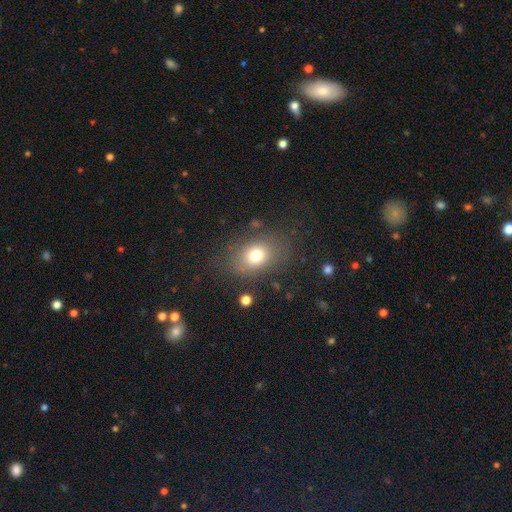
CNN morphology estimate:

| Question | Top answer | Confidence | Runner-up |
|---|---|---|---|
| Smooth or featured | smooth | 75% | featured or disk (13%) |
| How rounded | in between | 63% | round (36%) |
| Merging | none | 75% | minor disturbance (15%) |